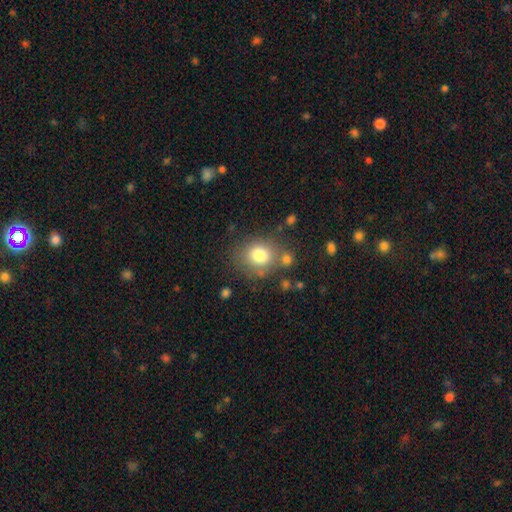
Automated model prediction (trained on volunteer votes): Q: Smooth or featured?
A: smooth (79%); runner-up: star or artifact (11%)
Q: How rounded?
A: round (67%); runner-up: in between (32%)
Q: Merging?
A: none (69%); runner-up: minor disturbance (14%)